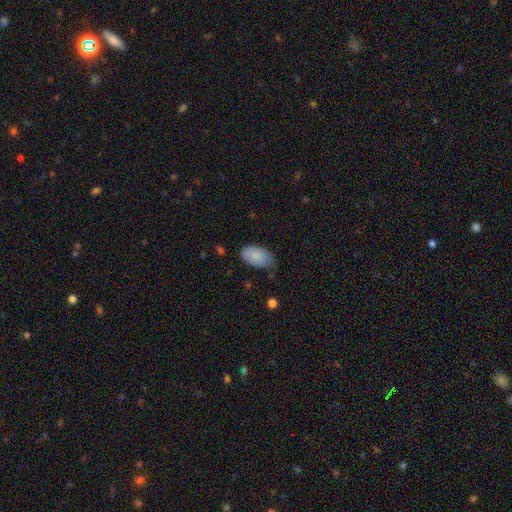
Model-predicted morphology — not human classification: type=smooth (84%); roundness=in between (94%); merging=none (55%).